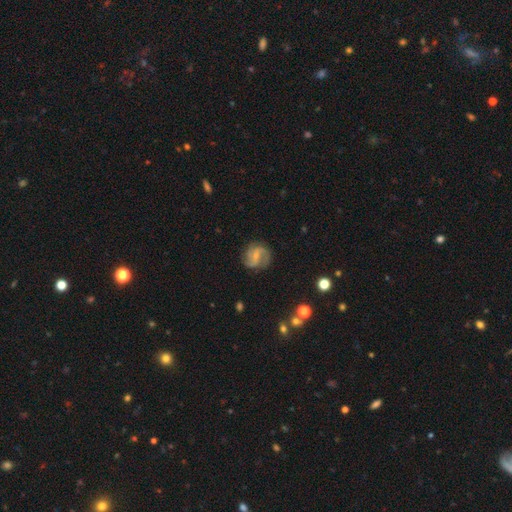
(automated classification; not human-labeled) Morphology: type=featured or disk (80%); edge-on=no (98%); bar=weak (48%); spiral arms=yes (96%); winding=medium (49%); arm count=2 (55%); bulge=small (68%); merging=none (78%).